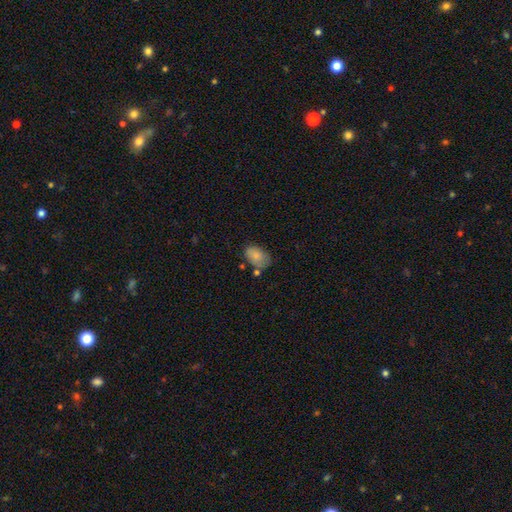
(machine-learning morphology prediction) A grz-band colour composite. It shows a smooth galaxy with no disk features (82%) that is in between round and cigar-shaped (88%). Merging: none (56%).